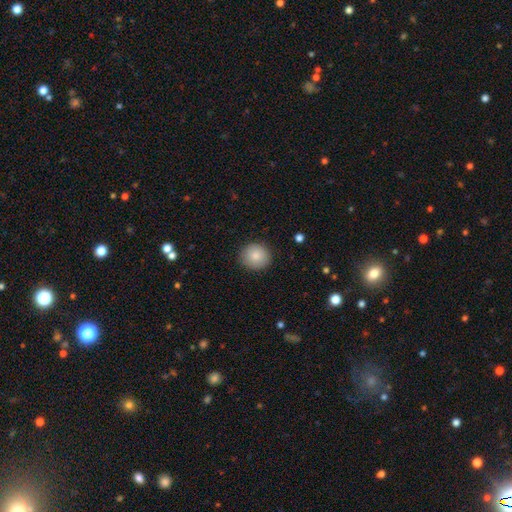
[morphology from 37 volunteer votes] Smooth or featured: smooth — 95% (featured or disk — 3%)
How rounded: round — 86% (in between — 14%)
Merging: none — 89% (minor disturbance — 8%)